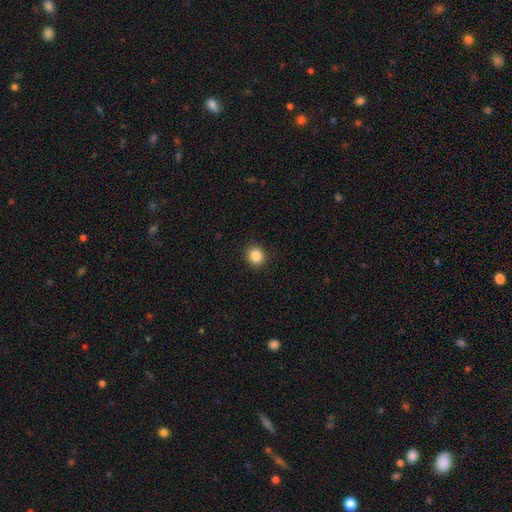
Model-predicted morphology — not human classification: Q: Smooth or featured?
A: smooth (88%); runner-up: star or artifact (9%)
Q: How rounded?
A: round (78%); runner-up: in between (21%)
Q: Merging?
A: none (91%); runner-up: minor disturbance (6%)